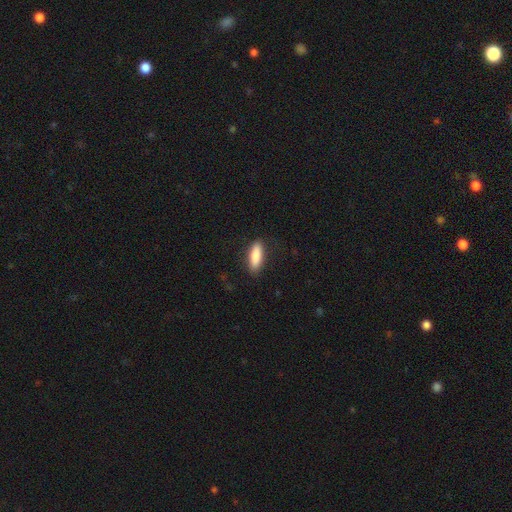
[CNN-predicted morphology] Smooth or featured: smooth — 84% (featured or disk — 10%)
How rounded: in between — 60% (cigar-shaped — 39%)
Merging: none — 84% (minor disturbance — 12%)